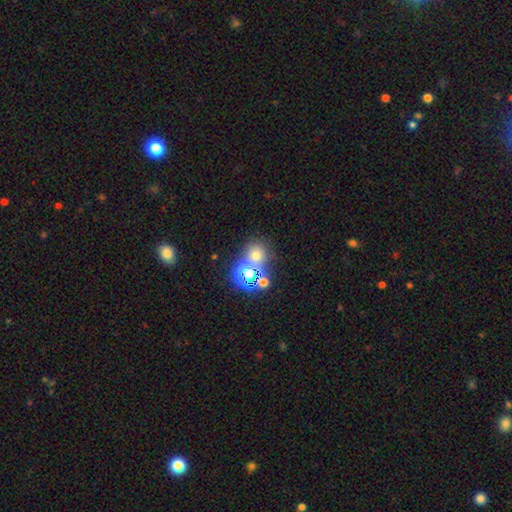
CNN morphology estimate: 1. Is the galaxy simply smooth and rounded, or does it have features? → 58% smooth, 32% star or artifact, 10% featured or disk.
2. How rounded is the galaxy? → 83% round, 16% in between, 1% cigar-shaped.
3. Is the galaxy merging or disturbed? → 59% none, 29% merger, 8% minor disturbance, 4% major disturbance.